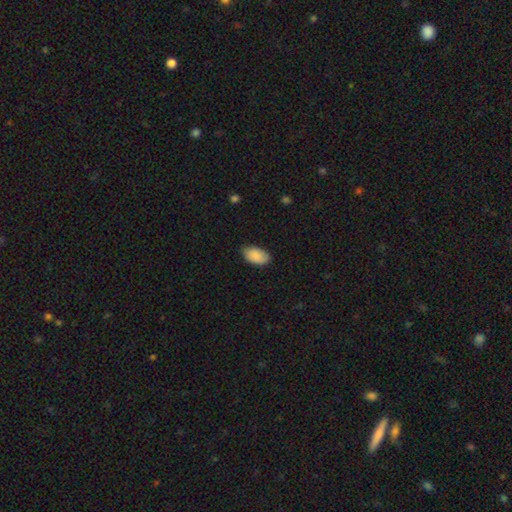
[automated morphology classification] Smooth or featured? smooth (90%)
How rounded? in between (95%)
Merging? none (82%)